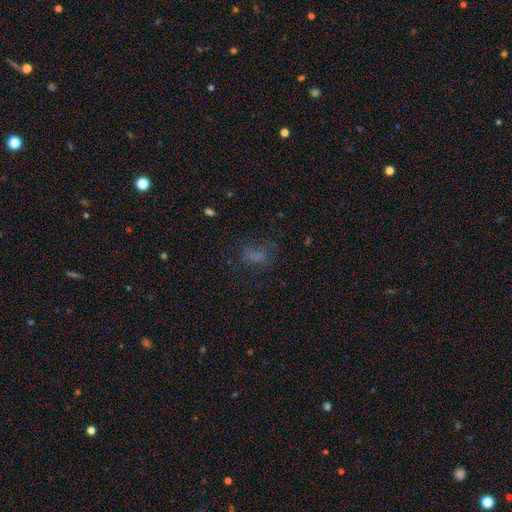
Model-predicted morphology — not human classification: Smooth or featured? smooth (58%)
How rounded? in between (72%)
Merging? none (55%)